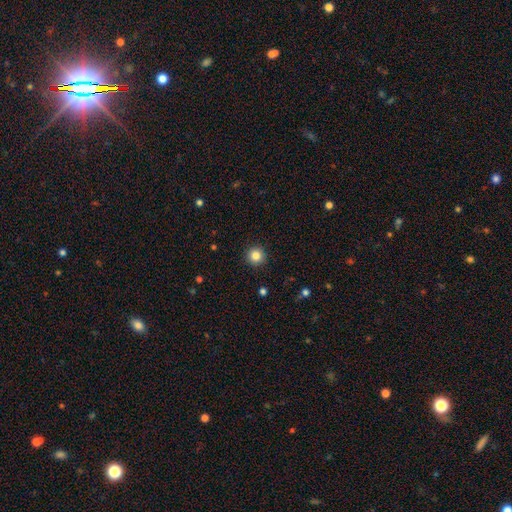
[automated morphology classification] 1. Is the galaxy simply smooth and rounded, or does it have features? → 84% smooth, 11% star or artifact, 5% featured or disk.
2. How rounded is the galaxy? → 96% round, 3% in between, 1% cigar-shaped.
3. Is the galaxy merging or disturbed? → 93% none, 5% minor disturbance, 2% major disturbance, 1% merger.